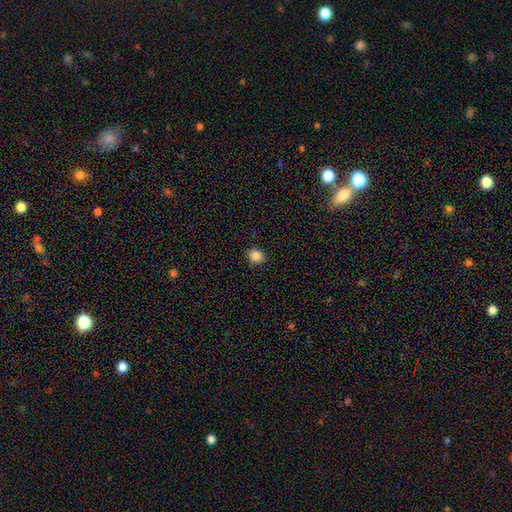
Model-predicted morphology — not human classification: This is clearly a smooth galaxy (85%). How rounded: likely round (70%). Merging: clearly none (89%).